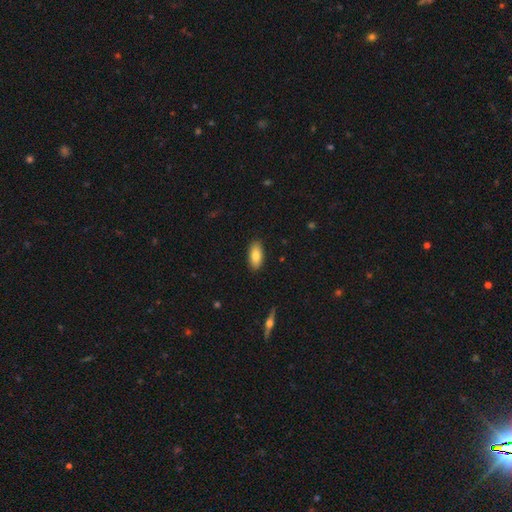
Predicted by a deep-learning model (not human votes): This appears to be a smooth galaxy with no disk features (84%) that is in between round and cigar-shaped (88%). Merging: none (89%).